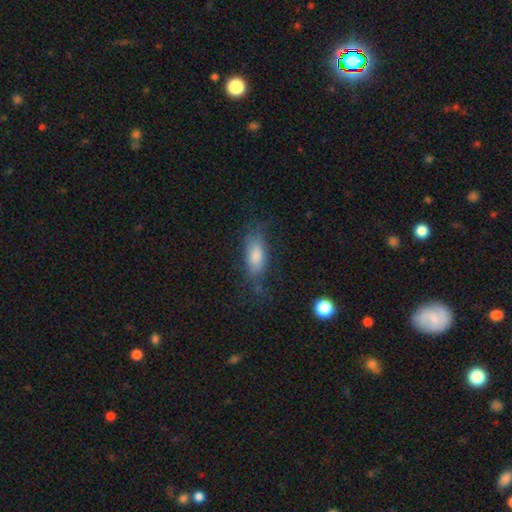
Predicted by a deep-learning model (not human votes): Smooth or featured? smooth (71%)
How rounded? in between (74%)
Merging? none (59%)